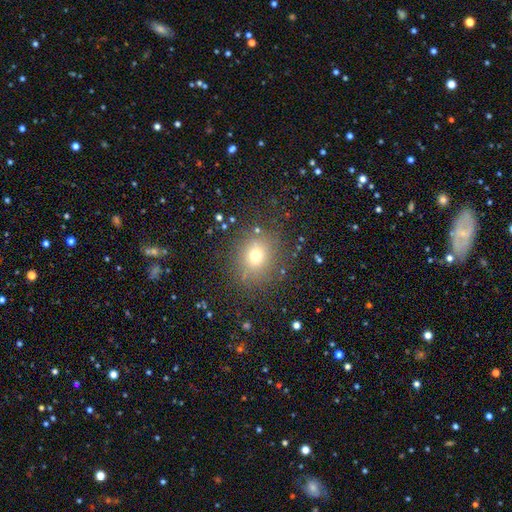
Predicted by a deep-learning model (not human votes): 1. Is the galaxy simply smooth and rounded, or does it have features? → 68% smooth, 20% star or artifact, 11% featured or disk.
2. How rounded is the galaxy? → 77% round, 22% in between, 1% cigar-shaped.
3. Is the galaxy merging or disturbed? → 83% none, 10% minor disturbance, 5% major disturbance, 2% merger.